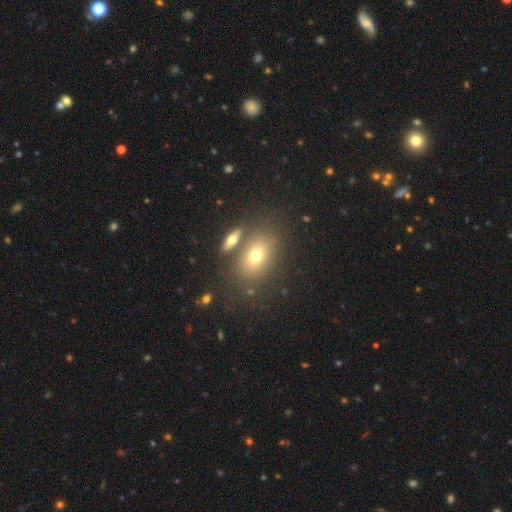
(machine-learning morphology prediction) Smooth or featured? Predicted: smooth (p=0.67). How rounded? Predicted: in between (p=0.76). Merging? Predicted: none (p=0.69).